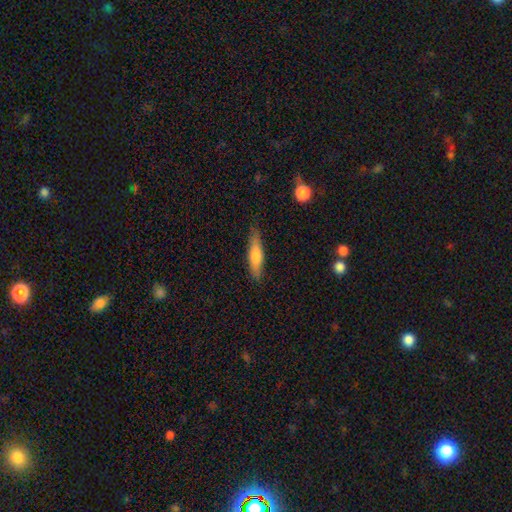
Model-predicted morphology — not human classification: Overall: smooth (64%; featured or disk 30%). How rounded: cigar-shaped (77%). Merging: none (83%).